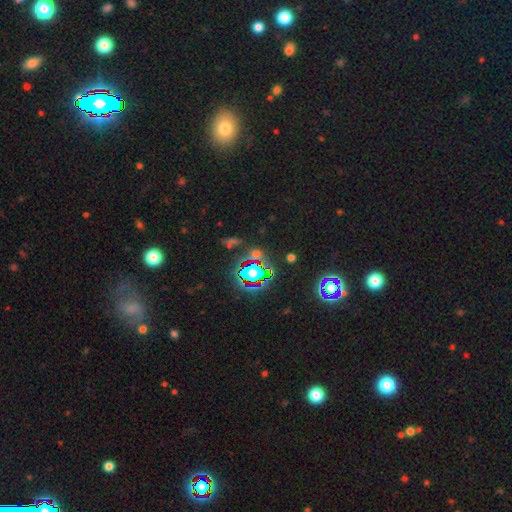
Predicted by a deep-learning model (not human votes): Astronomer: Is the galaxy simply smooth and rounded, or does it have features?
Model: star or artifact — 72%.